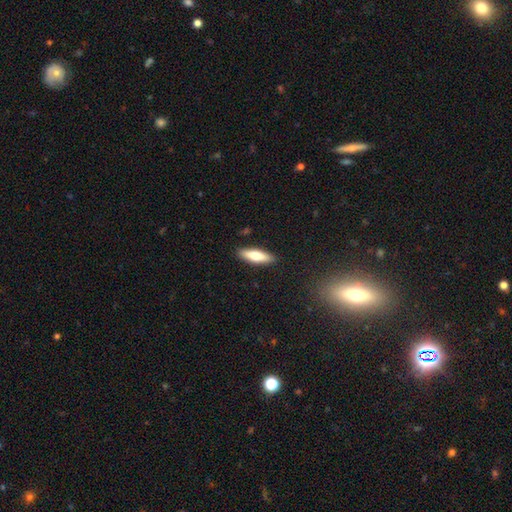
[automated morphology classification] Q: Smooth or featured?
A: smooth (67%); runner-up: featured or disk (27%)
Q: How rounded?
A: cigar-shaped (56%); runner-up: in between (42%)
Q: Merging?
A: none (89%); runner-up: minor disturbance (8%)